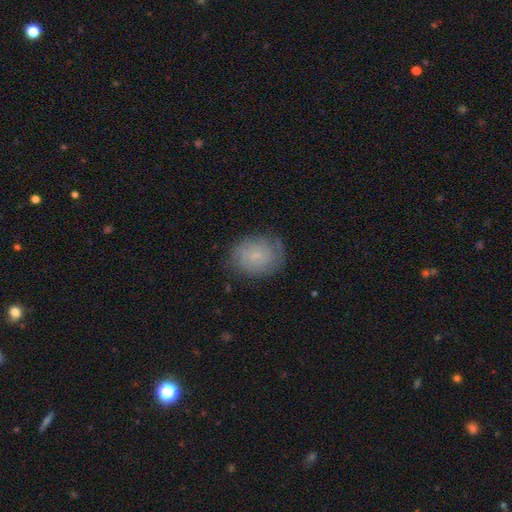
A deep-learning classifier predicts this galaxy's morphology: This is possibly a featured or disk galaxy (46%). Merging: likely none (71%).